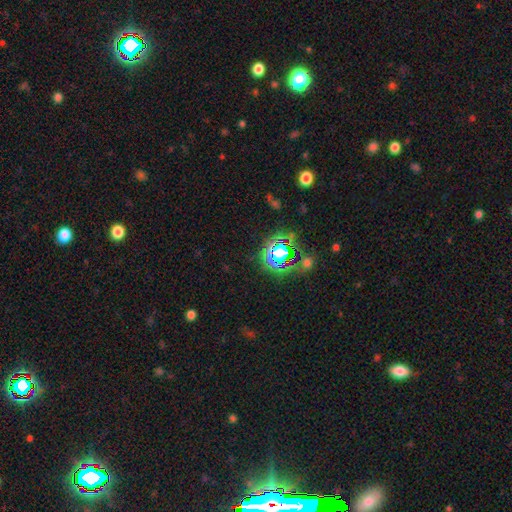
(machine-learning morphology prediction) star or artifact 77%, smooth 15%, featured or disk 8%.